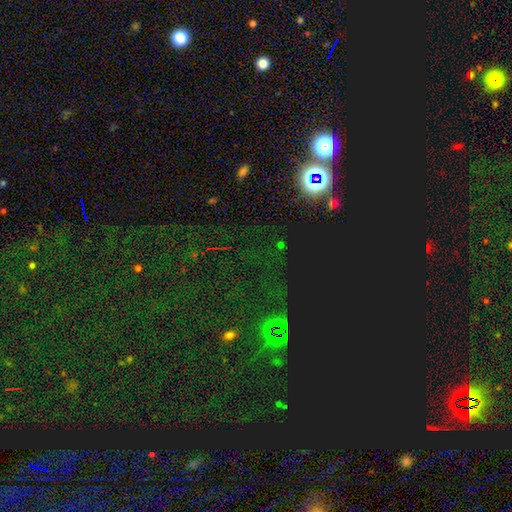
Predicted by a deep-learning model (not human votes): star or artifact 78%, smooth 14%, featured or disk 8%.